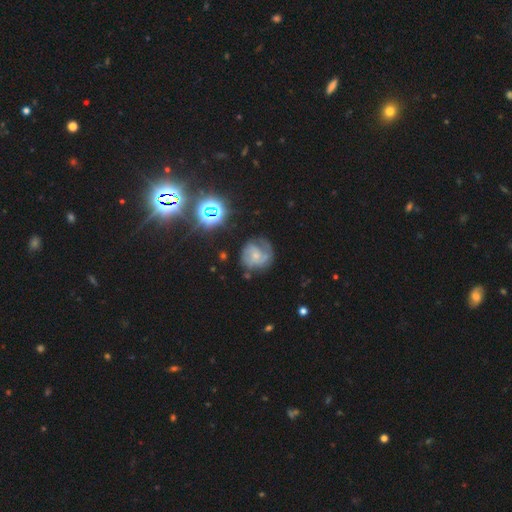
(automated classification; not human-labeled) This appears to be a featured or disk galaxy (67%) with no bar (68%), 2 (37%) medium (41%, tied with tight) spiral arms (86%) and a small central bulge (58%). Merging: none (59%).